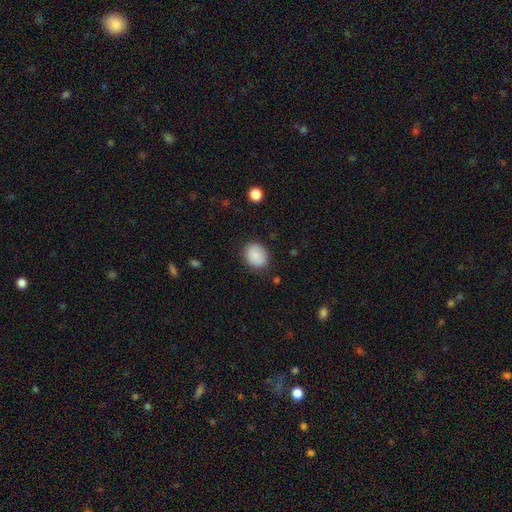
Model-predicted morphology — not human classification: Overall: smooth (88%). How rounded: round (54%; in between 45%). Merging: none (85%).